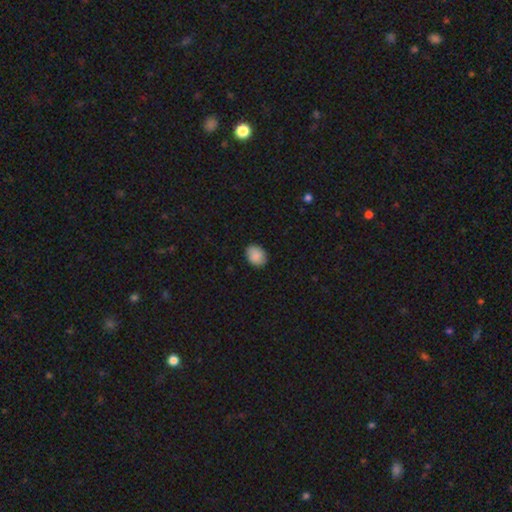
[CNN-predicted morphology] smooth-or-featured: smooth: 88% | star or artifact: 7% | featured or disk: 5%
  how-rounded: in between: 53% | round: 46% | cigar-shaped: 1%
  merging: none: 85% | minor disturbance: 12% | major disturbance: 2% | merger: 1%